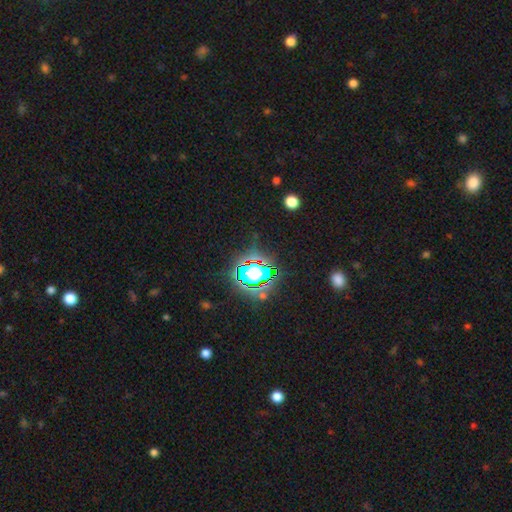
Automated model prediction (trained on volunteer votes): The model was most divided on "smooth or featured": star or artifact: 78%, smooth: 14%, featured or disk: 9%.